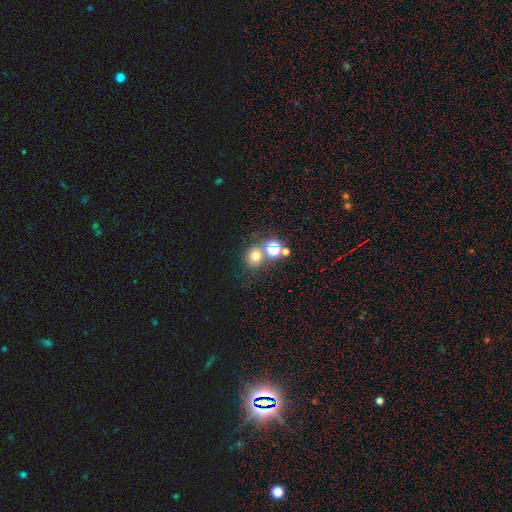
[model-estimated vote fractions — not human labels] Overall: smooth (63%; star or artifact 27%). How rounded: round (79%). Merging: none (59%; merger 26%).